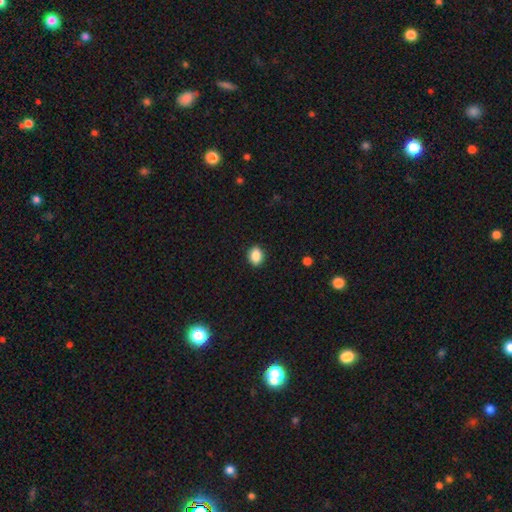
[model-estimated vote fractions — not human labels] smooth-or-featured: smooth: 87% | star or artifact: 9% | featured or disk: 4%
  how-rounded: in between: 64% | round: 35% | cigar-shaped: 1%
  merging: none: 90% | minor disturbance: 7% | major disturbance: 2% | merger: 1%